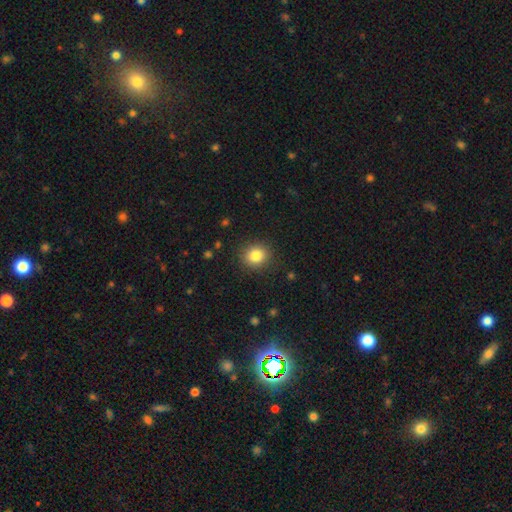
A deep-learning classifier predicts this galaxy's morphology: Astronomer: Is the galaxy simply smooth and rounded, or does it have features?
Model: smooth — 83%.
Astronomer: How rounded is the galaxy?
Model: round — 80%.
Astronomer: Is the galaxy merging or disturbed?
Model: none — 88%.